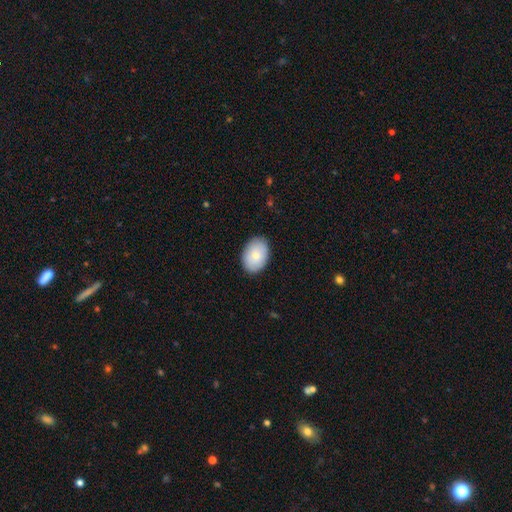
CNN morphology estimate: Q: Smooth or featured?
A: smooth (80%); runner-up: featured or disk (14%)
Q: How rounded?
A: in between (85%); runner-up: round (14%)
Q: Merging?
A: none (88%); runner-up: minor disturbance (9%)